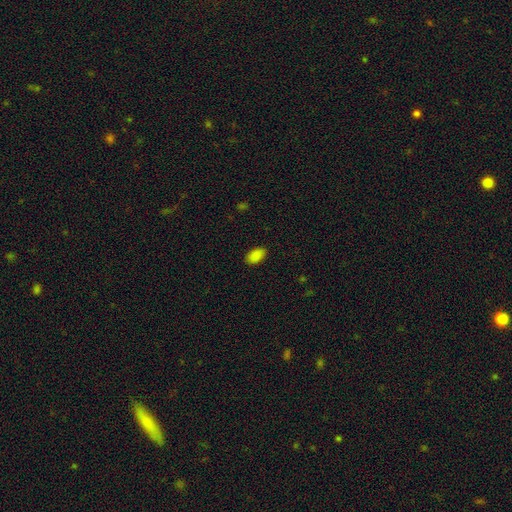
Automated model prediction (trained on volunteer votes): smooth 88%, star or artifact 9%, featured or disk 3%. Down the decision tree: how rounded — in between (93%); merging — none (88%).